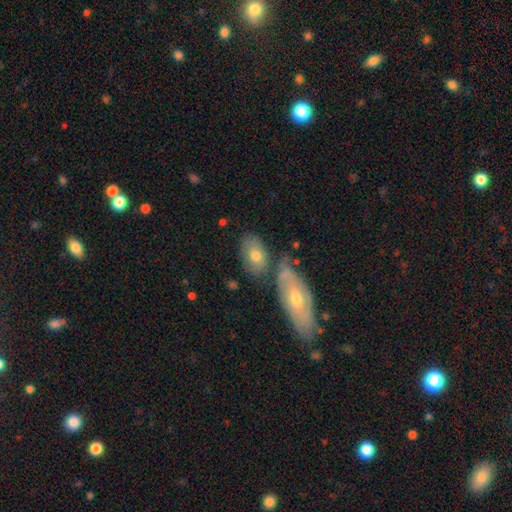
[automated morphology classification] A smooth galaxy with no disk features (70%) that is in between round and cigar-shaped (85%).

Vote fractions:
- Smooth or featured? smooth: 70% / featured or disk: 24% / star or artifact: 6%
- How rounded? in between: 85% / round: 13% / cigar-shaped: 2%
- Merging? none: 51% / merger: 27% / minor disturbance: 16% / major disturbance: 6%